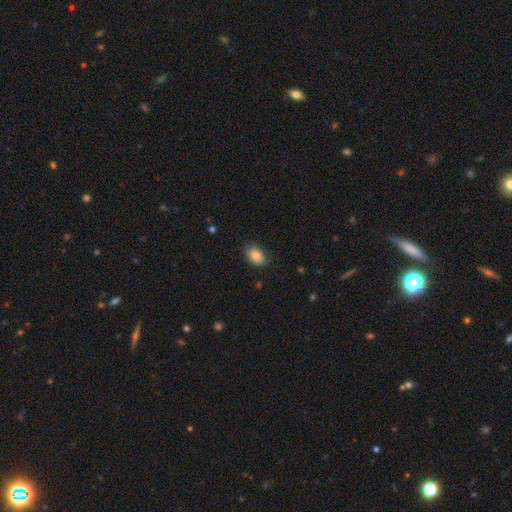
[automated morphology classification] Overall: smooth (85%). How rounded: in between (84%). Merging: none (79%).